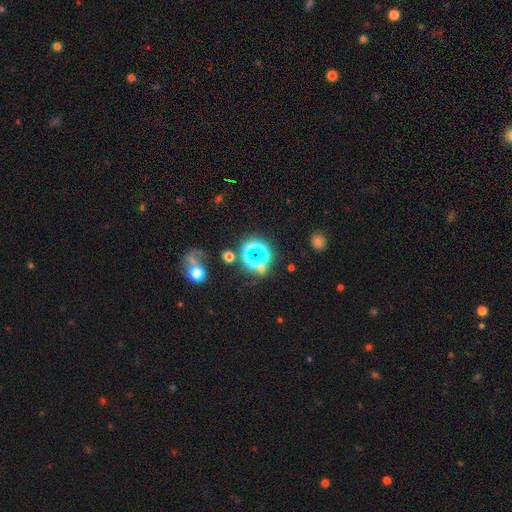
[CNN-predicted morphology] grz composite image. It shows a star or artifact, not a galaxy (62%).